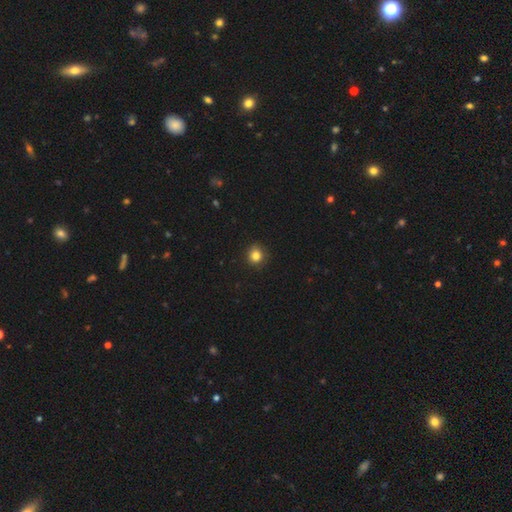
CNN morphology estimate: Overall: smooth (84%). How rounded: round (88%). Merging: none (89%).